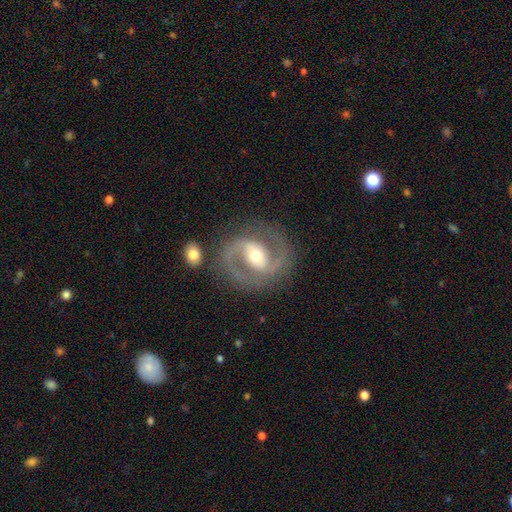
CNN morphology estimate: type=featured or disk (90%); edge-on=no (98%); bar=weak (42%); spiral arms=yes (96%); winding=medium (63%); arm count=2 (92%); bulge=moderate (72%); merging=none (80%).